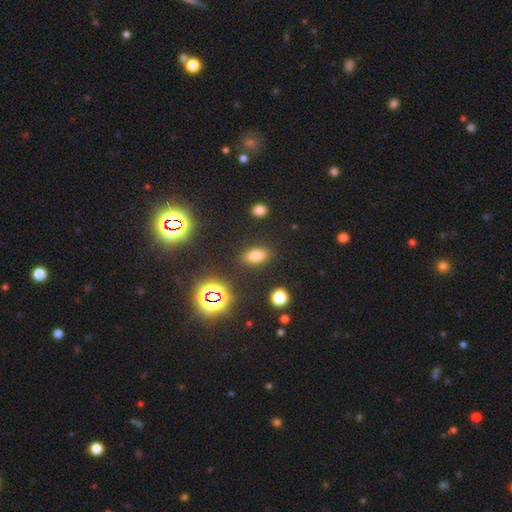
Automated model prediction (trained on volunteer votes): smooth_or_featured: smooth (p=0.71) [alt: star or artifact p=0.20]
how_rounded: in between (p=0.84) [alt: round p=0.11]
merging: none (p=0.87) [alt: minor disturbance p=0.08]